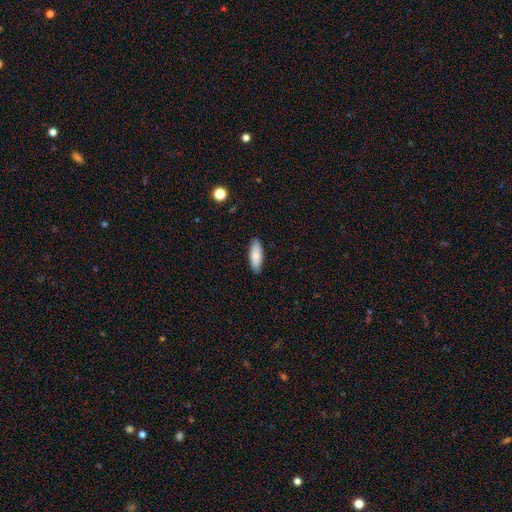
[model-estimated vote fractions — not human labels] The model was most divided on "how rounded": in between: 65%, cigar-shaped: 33%, round: 2%. More confident: merging — none (88%); smooth or featured — smooth (84%).